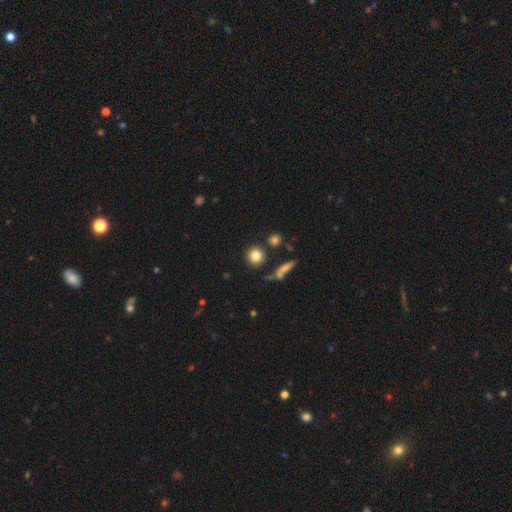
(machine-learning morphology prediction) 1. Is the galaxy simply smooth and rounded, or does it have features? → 81% smooth, 10% star or artifact, 8% featured or disk.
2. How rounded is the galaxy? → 89% round, 9% in between, 2% cigar-shaped.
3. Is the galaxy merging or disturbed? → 82% none, 8% minor disturbance, 7% merger, 3% major disturbance.